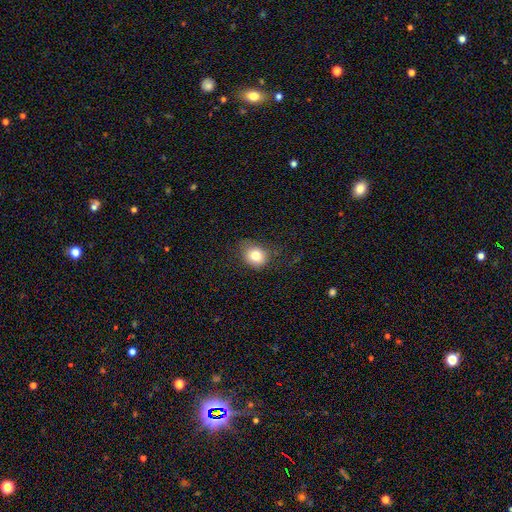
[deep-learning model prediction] Overall: smooth (79%). How rounded: round (61%; in between 38%). Merging: none (69%).